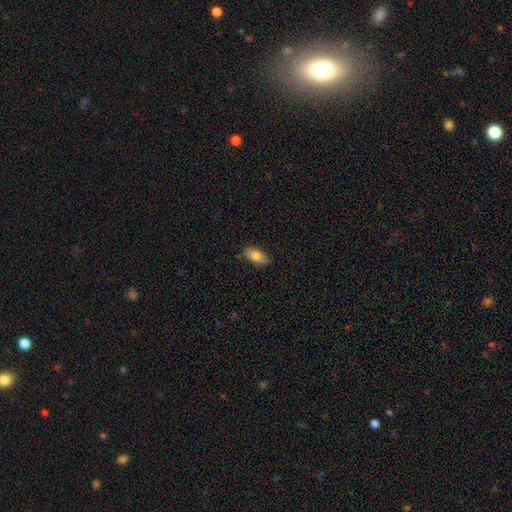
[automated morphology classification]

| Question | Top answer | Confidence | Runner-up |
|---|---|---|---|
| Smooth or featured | smooth | 77% | featured or disk (16%) |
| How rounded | in between | 86% | cigar-shaped (11%) |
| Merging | none | 85% | minor disturbance (12%) |